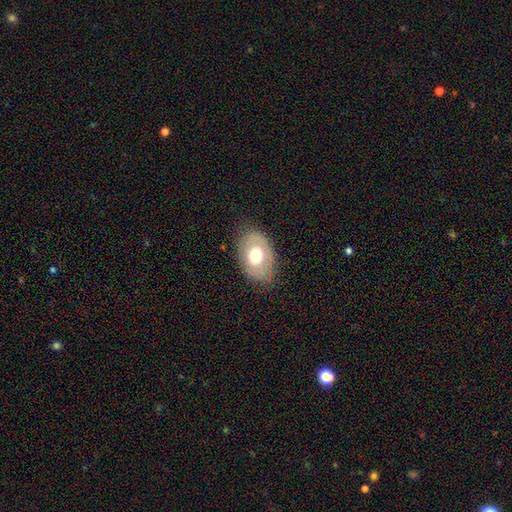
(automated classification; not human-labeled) smooth-or-featured: smooth: 60% | featured or disk: 33% | star or artifact: 8%
  how-rounded: in between: 82% | round: 17% | cigar-shaped: 1%
  merging: none: 76% | minor disturbance: 17% | major disturbance: 6% | merger: 1%